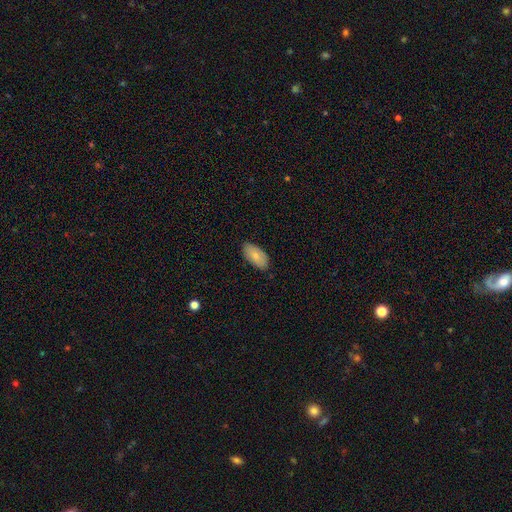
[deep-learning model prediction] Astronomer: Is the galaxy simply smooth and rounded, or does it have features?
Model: smooth — 79%.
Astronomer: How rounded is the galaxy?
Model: in between — 94%.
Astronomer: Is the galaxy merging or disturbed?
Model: none — 83%.